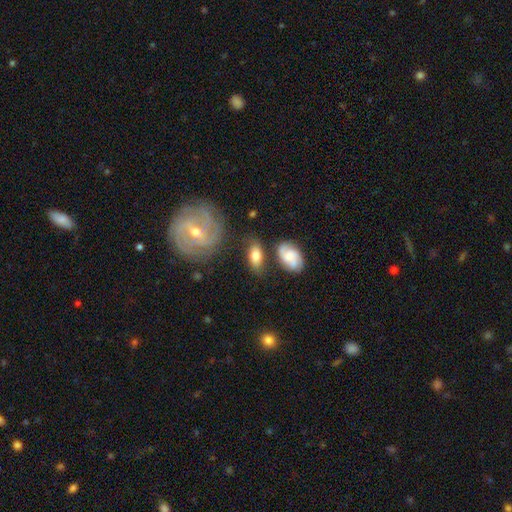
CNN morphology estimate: Smooth or featured?
  - smooth: 63% *
  - featured or disk: 30%
  - star or artifact: 8%
How rounded?
  - in between: 87% *
  - round: 8%
  - cigar-shaped: 5%
Merging?
  - none: 68% *
  - minor disturbance: 16%
  - merger: 10%
  - major disturbance: 6%